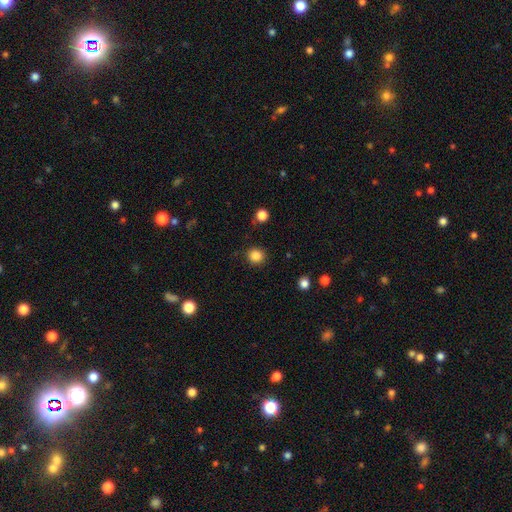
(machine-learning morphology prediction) Q: Smooth or featured?
A: smooth (85%); runner-up: star or artifact (11%)
Q: How rounded?
A: round (93%); runner-up: in between (6%)
Q: Merging?
A: none (89%); runner-up: minor disturbance (7%)